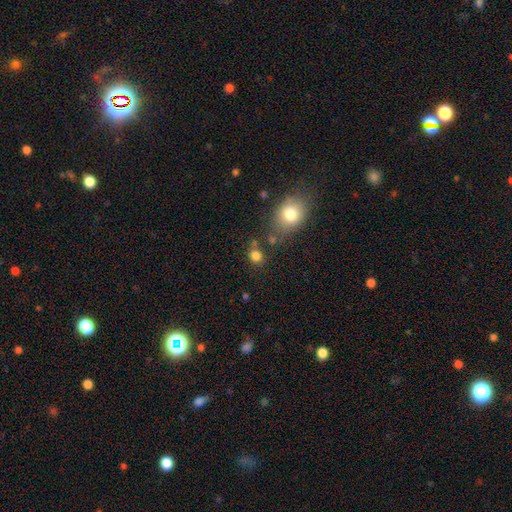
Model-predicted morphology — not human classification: Smooth or featured?
  - smooth: 81% *
  - star or artifact: 13%
  - featured or disk: 6%
How rounded?
  - round: 77% *
  - in between: 22%
  - cigar-shaped: 1%
Merging?
  - none: 71% *
  - merger: 13%
  - minor disturbance: 11%
  - major disturbance: 4%